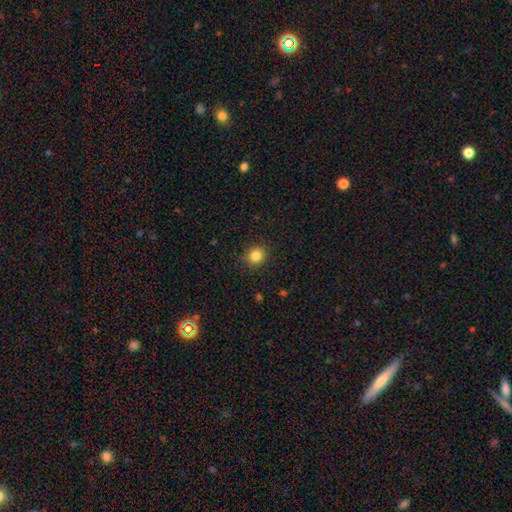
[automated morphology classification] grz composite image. It shows a smooth galaxy with no disk features (83%) that is round (86%). Merging: none (89%).